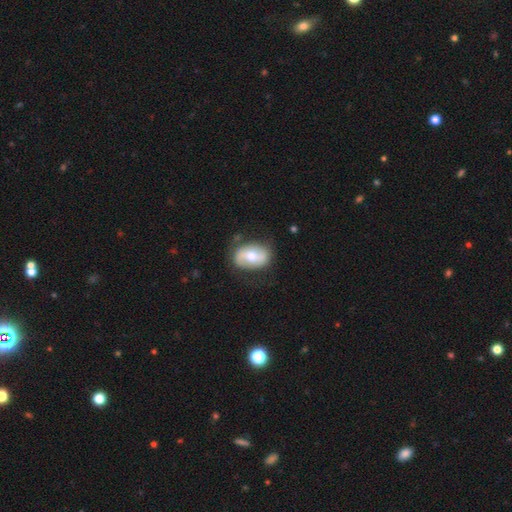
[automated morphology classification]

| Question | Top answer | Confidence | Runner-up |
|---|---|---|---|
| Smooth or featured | featured or disk | 51% | smooth (41%) |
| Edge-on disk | no | 93% | yes (7%) |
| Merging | none | 74% | minor disturbance (18%) |